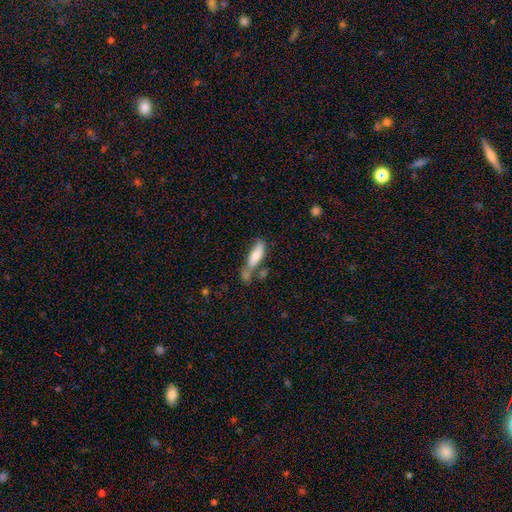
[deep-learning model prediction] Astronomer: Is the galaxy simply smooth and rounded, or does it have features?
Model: smooth — 69%.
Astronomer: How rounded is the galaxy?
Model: cigar-shaped — 52% (runner-up: in between, 46%).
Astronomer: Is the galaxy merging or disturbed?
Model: none — 40% (runner-up: merger, 30%).